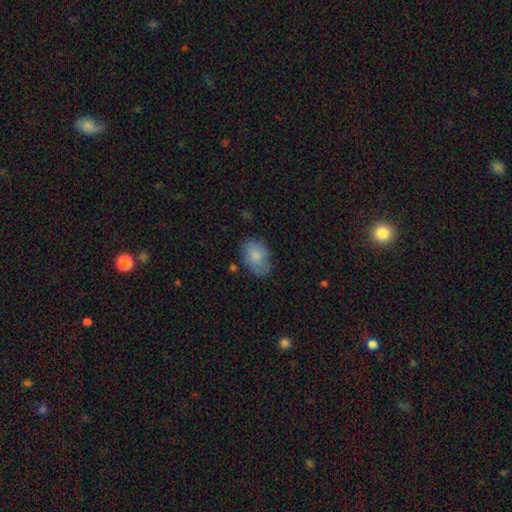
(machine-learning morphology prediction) type=smooth (81%); roundness=in between (86%); merging=none (69%).